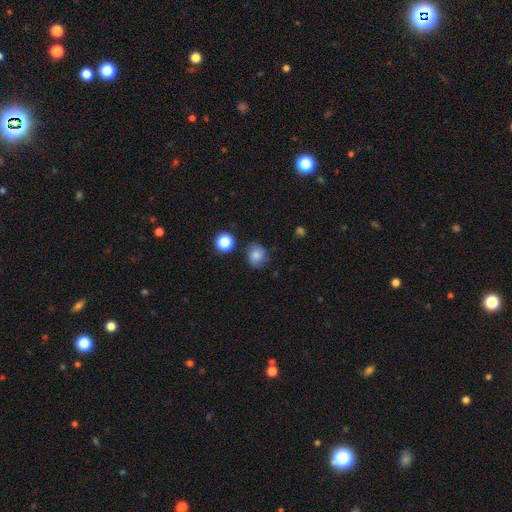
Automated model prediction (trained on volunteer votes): Smooth or featured?
  - smooth: 80% *
  - star or artifact: 11%
  - featured or disk: 8%
How rounded?
  - round: 73% *
  - in between: 26%
  - cigar-shaped: 1%
Merging?
  - none: 76% *
  - minor disturbance: 17%
  - major disturbance: 4%
  - merger: 3%